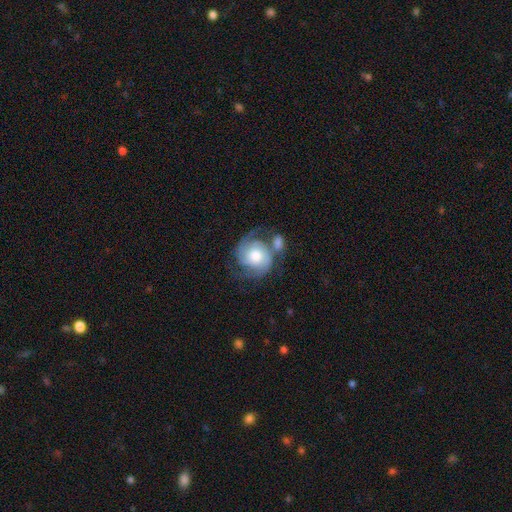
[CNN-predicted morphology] This appears to be a featured or disk galaxy (76%) with no bar (74%), 2 (80%) tight (44%) spiral arms (94%) and a moderate central bulge (52%). Merging: none (47%).